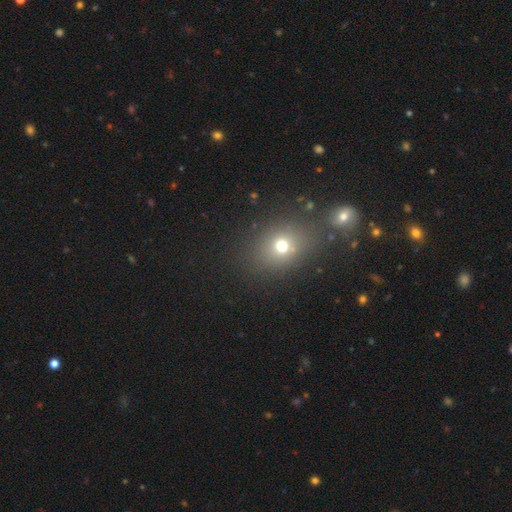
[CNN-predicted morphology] smooth-or-featured: smooth: 58% | star or artifact: 32% | featured or disk: 10%
  how-rounded: round: 55% | in between: 44% | cigar-shaped: 2%
  merging: none: 76% | merger: 11% | minor disturbance: 9% | major disturbance: 3%